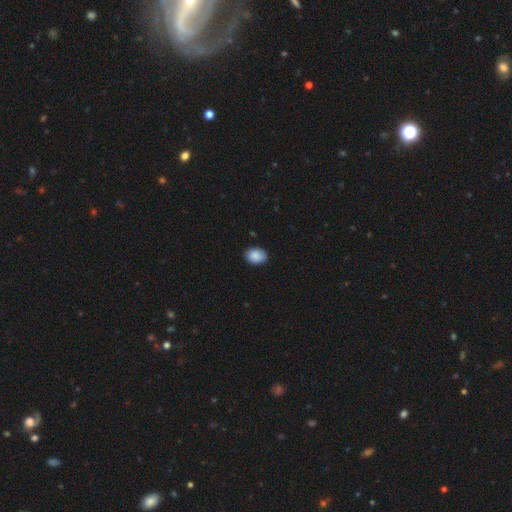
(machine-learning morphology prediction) Smooth or featured? Predicted: smooth (p=0.88). How rounded? Predicted: in between (p=0.69). Merging? Predicted: none (p=0.85).